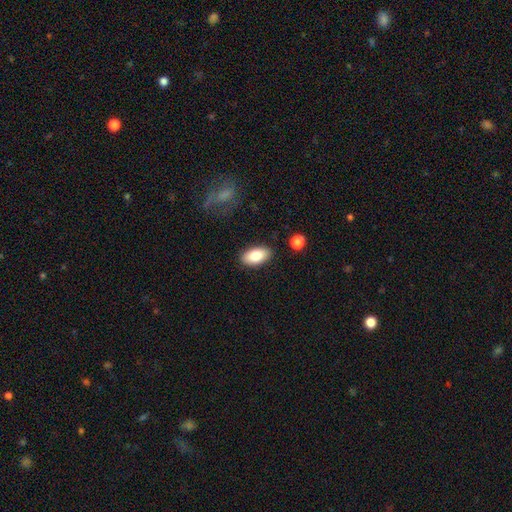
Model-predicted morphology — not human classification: smooth-or-featured: smooth: 83% | featured or disk: 10% | star or artifact: 7%
  how-rounded: in between: 93% | round: 4% | cigar-shaped: 3%
  merging: none: 87% | minor disturbance: 9% | major disturbance: 2% | merger: 2%